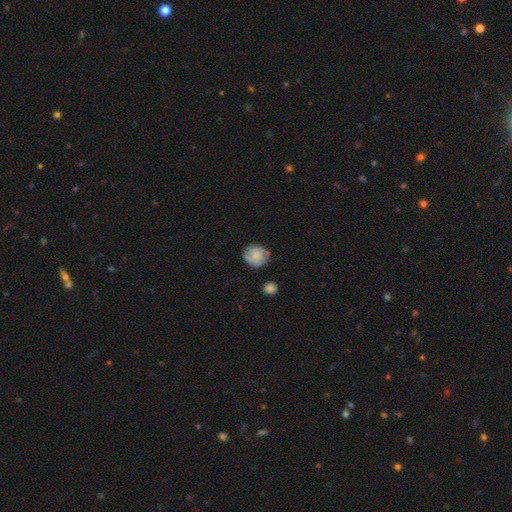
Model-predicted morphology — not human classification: The model was most divided on "smooth or featured": smooth: 62%, featured or disk: 30%, star or artifact: 8%. More confident: how rounded — round (80%); merging — none (72%).